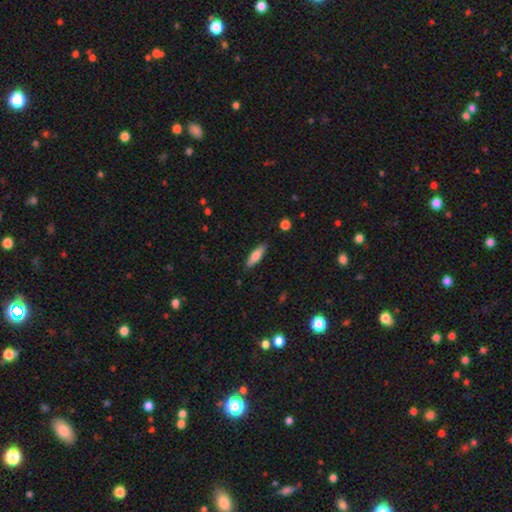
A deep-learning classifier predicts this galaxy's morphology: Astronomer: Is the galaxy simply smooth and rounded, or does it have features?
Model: smooth — 71%.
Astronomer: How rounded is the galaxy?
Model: cigar-shaped — 61% (runner-up: in between, 37%).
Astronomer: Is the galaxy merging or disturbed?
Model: none — 87%.